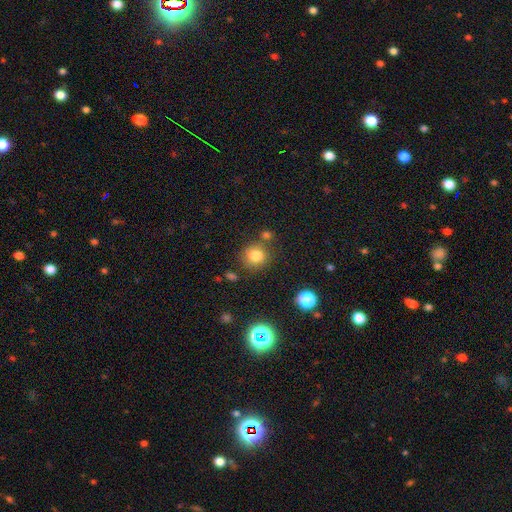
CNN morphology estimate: This appears to be a smooth galaxy with no disk features (80%) that is round (82%). Merging: none (74%).